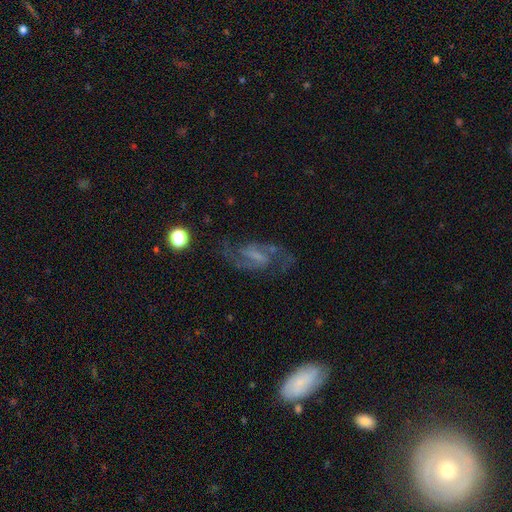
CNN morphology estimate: type=featured or disk (84%); edge-on=no (96%); bar=weak (48%); spiral arms=yes (96%); winding=medium (56%); arm count=2 (91%); bulge=none (49%); merging=none (73%).